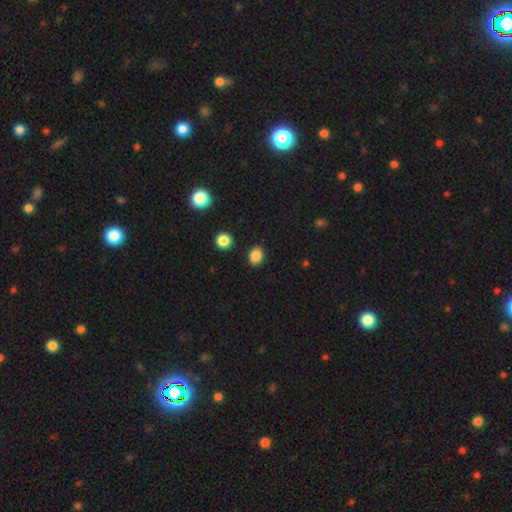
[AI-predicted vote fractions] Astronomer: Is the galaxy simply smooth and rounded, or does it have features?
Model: smooth — 86%.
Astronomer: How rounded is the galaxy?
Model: in between — 51% (runner-up: round, 48%).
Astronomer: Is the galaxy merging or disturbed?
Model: none — 89%.